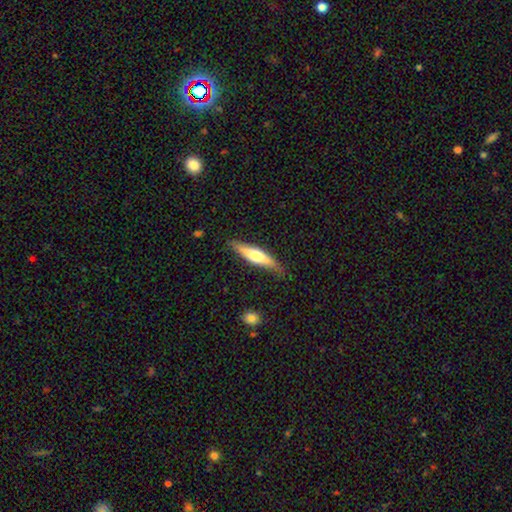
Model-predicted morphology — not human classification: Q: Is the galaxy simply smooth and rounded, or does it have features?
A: featured or disk — 51%.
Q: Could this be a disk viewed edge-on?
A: yes — 92%.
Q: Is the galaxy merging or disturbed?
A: none — 82%.